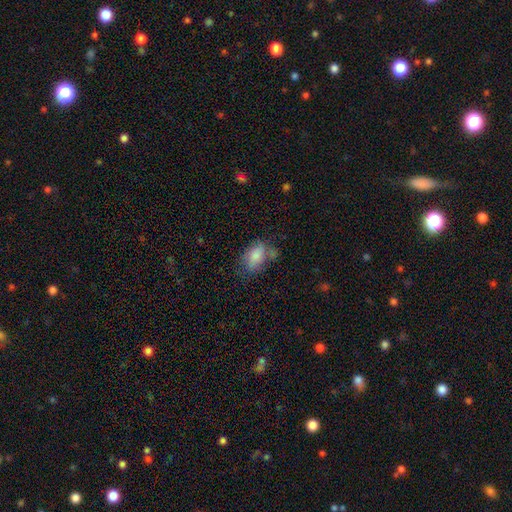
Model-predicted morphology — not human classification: This appears to be a smooth galaxy with no disk features (79%) that is in between round and cigar-shaped (88%). Merging: none (46%).